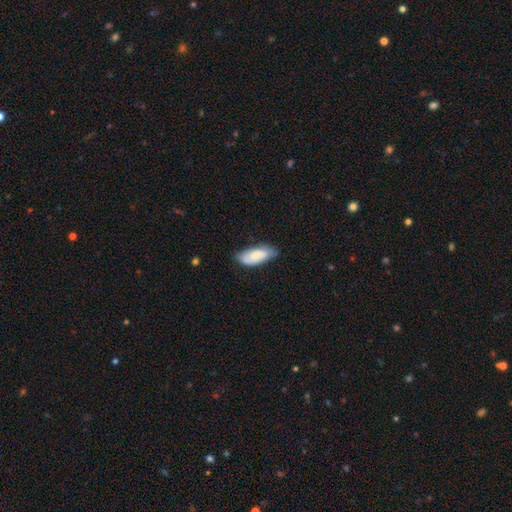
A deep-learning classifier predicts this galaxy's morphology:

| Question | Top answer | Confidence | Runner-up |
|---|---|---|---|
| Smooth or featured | smooth | 68% | featured or disk (26%) |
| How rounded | in between | 86% | cigar-shaped (12%) |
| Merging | none | 69% | minor disturbance (26%) |